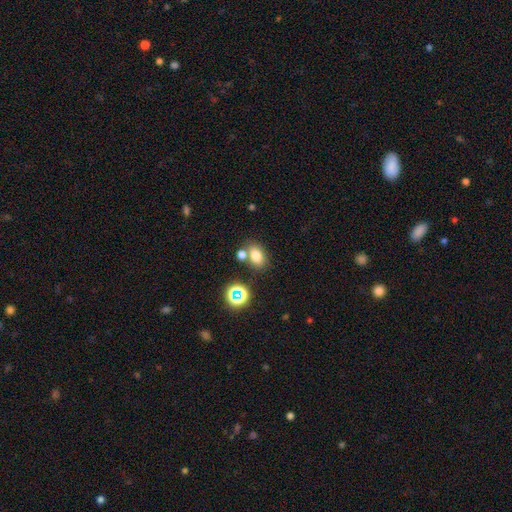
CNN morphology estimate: This is likely a smooth galaxy (74%). How rounded: likely in between (75%). Merging: likely none (64%).